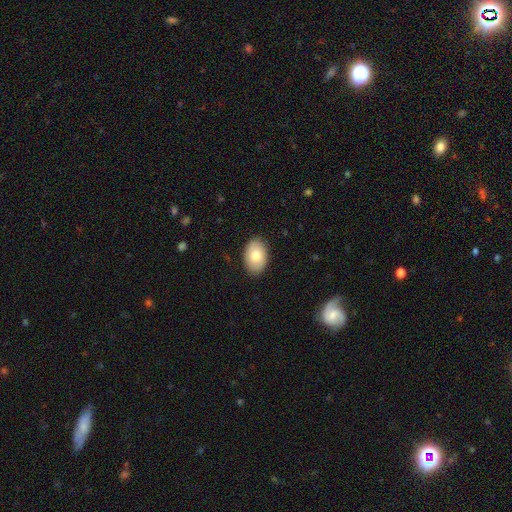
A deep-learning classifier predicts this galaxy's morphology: This is likely a smooth galaxy (78%). How rounded: clearly in between (88%). Merging: clearly none (88%).